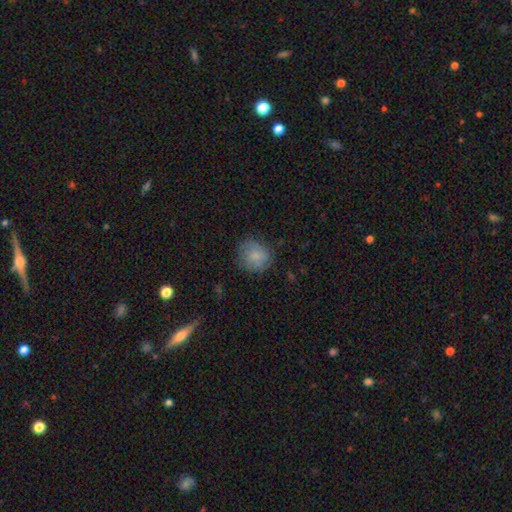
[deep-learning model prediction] Overall: smooth (79%). How rounded: round (81%). Merging: none (76%).